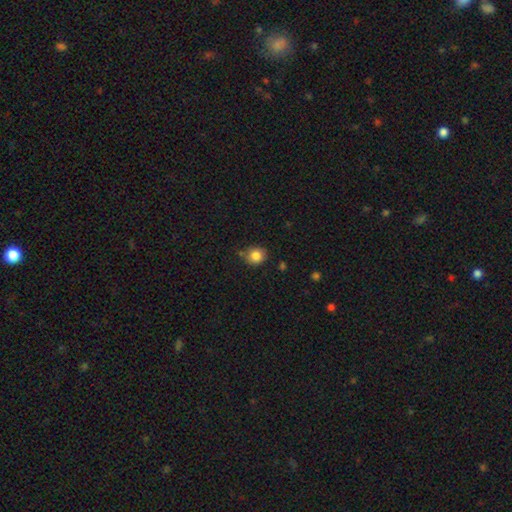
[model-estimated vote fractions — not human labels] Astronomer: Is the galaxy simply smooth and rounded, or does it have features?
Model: smooth — 84%.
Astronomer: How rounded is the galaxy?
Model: round — 81%.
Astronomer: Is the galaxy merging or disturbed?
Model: none — 76%.